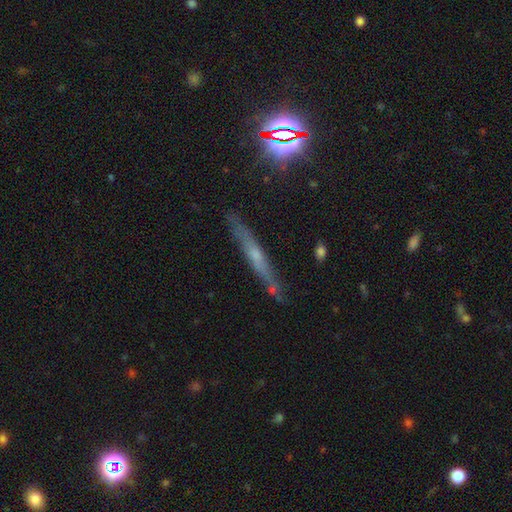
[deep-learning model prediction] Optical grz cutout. It shows a featured or disk galaxy (58%) viewed edge-on (92%) with a rounded central bulge (51%). Merging: none (82%).